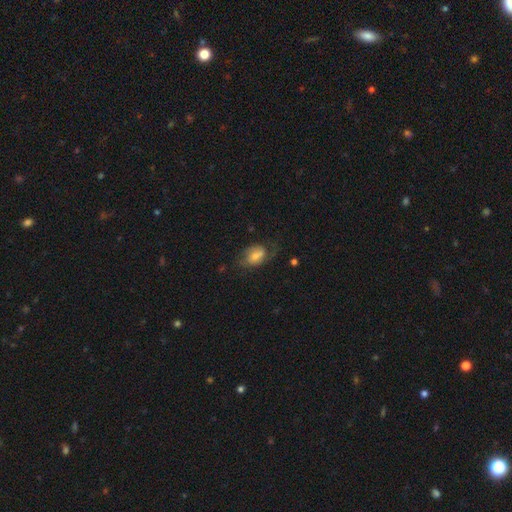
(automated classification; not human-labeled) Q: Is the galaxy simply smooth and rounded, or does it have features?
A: featured or disk — 46%.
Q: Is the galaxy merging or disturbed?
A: none — 50%.